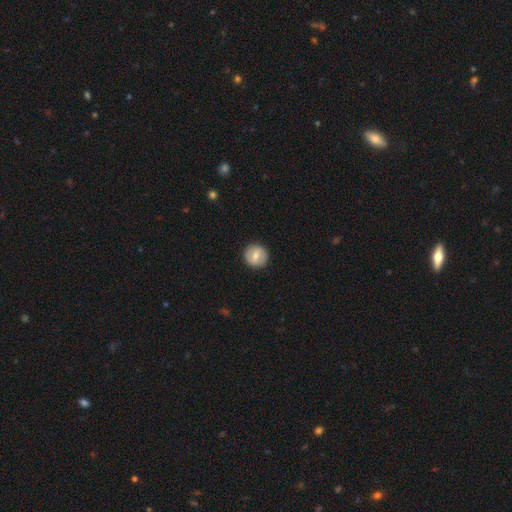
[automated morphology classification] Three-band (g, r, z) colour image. It shows a smooth galaxy with no disk features (65%) that is round (92%). Merging: none (91%).